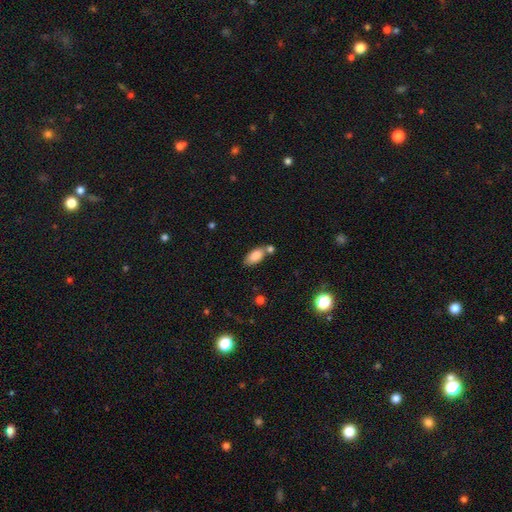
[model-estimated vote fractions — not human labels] A smooth galaxy with no disk features (85%) that is in between round and cigar-shaped (89%). Merging: none (58%).